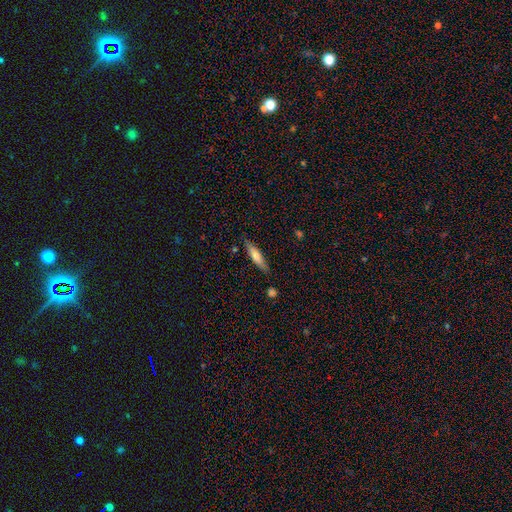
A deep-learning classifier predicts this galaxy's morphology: Q: Smooth or featured?
A: smooth (63%); runner-up: featured or disk (31%)
Q: How rounded?
A: cigar-shaped (81%); runner-up: in between (17%)
Q: Merging?
A: none (84%); runner-up: minor disturbance (12%)